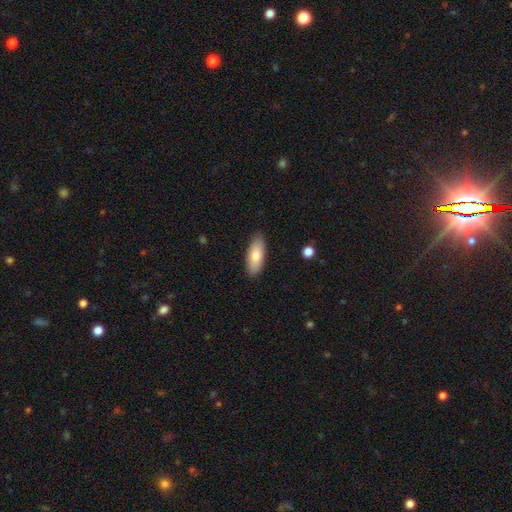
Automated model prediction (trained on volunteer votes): Overall: smooth (80%). How rounded: in between (78%). Merging: none (87%).